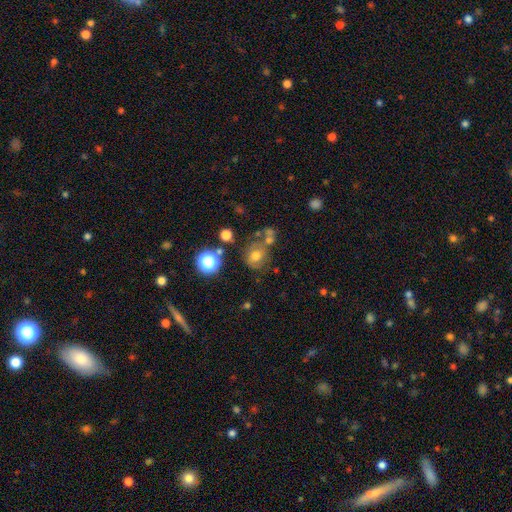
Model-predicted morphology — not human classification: This appears to be a smooth galaxy with no disk features (61%) that is round (69%). Merging: none (50%).